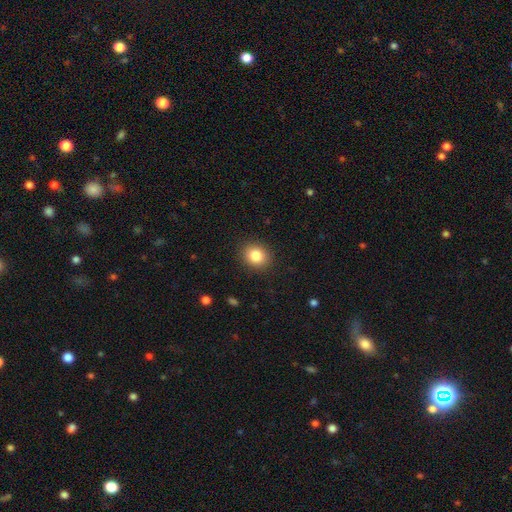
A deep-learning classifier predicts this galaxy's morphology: smooth 84%, star or artifact 10%, featured or disk 7%. Down the decision tree: how rounded — round (68%); merging — none (90%).